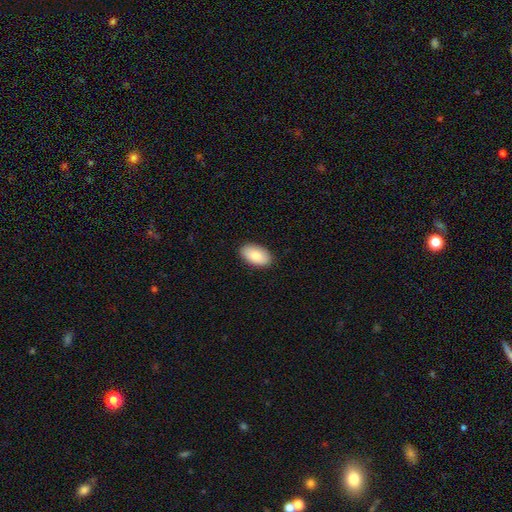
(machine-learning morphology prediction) Smooth or featured? Predicted: smooth (p=0.86). How rounded? Predicted: in between (p=0.95). Merging? Predicted: none (p=0.89).